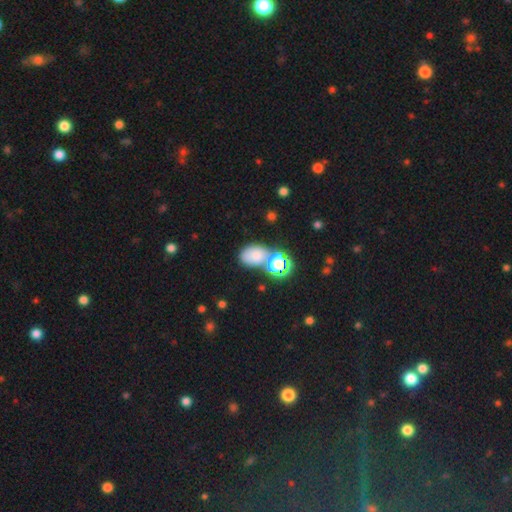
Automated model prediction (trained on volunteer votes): smooth-or-featured: smooth: 67% | star or artifact: 22% | featured or disk: 11%
  how-rounded: in between: 66% | round: 33% | cigar-shaped: 1%
  merging: none: 49% | merger: 31% | minor disturbance: 14% | major disturbance: 6%